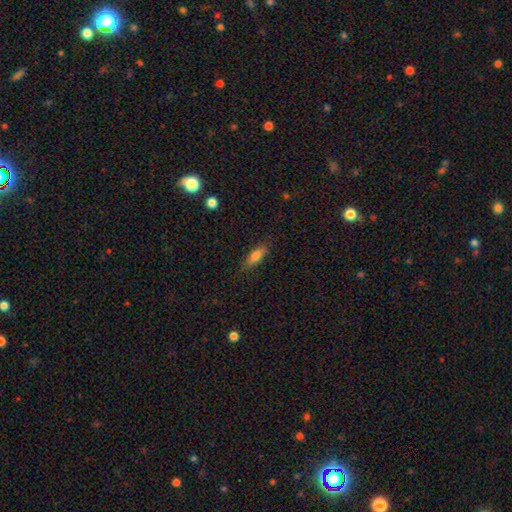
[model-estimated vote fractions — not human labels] smooth-or-featured: smooth: 77% | featured or disk: 15% | star or artifact: 8%
  how-rounded: in between: 66% | cigar-shaped: 31% | round: 3%
  merging: none: 81% | minor disturbance: 15% | major disturbance: 3% | merger: 1%